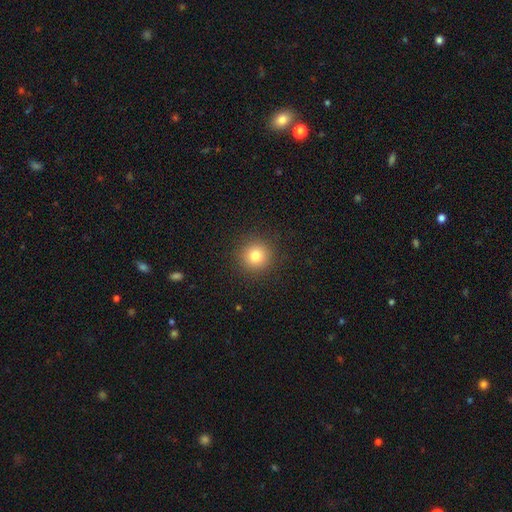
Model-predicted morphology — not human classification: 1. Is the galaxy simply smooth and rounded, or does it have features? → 80% smooth, 13% star or artifact, 7% featured or disk.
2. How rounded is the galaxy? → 94% round, 5% in between, 1% cigar-shaped.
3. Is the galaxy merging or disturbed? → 91% none, 6% minor disturbance, 2% major disturbance, 1% merger.